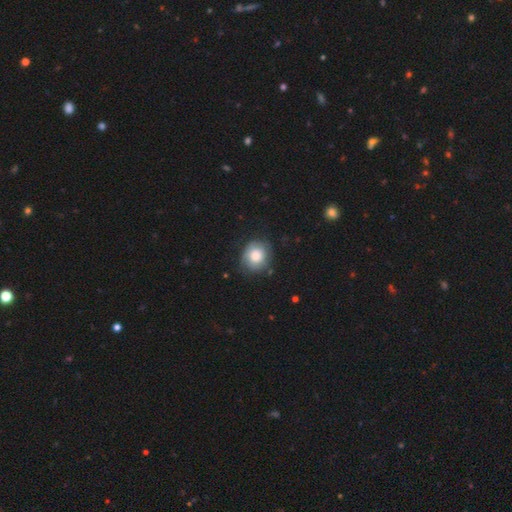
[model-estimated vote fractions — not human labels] Smooth or featured? Predicted: smooth (p=0.70). How rounded? Predicted: round (p=0.77). Merging? Predicted: none (p=0.69).